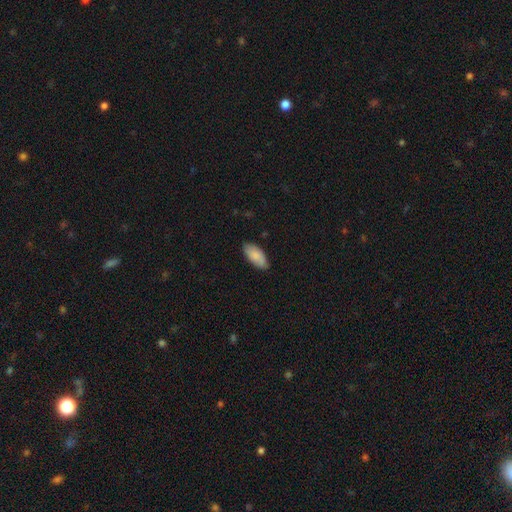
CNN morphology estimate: smooth 85%, featured or disk 9%, star or artifact 6%. Down the decision tree: how rounded — in between (92%); merging — none (84%).